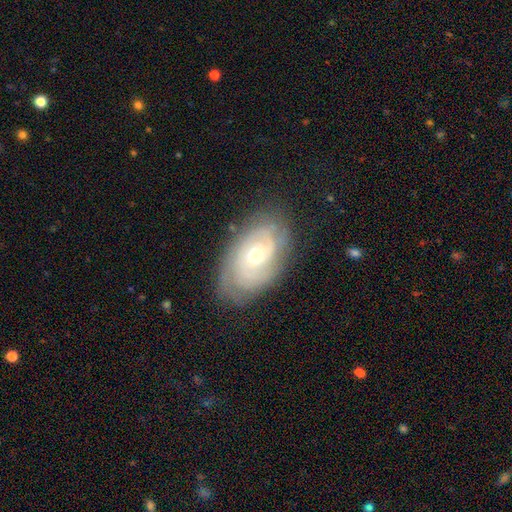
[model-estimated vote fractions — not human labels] Smooth or featured: featured or disk — 76% (smooth — 17%)
Edge-on disk: no — 94% (yes — 6%)
Bar: no — 75% (weak — 21%)
Spiral arms: yes — 88% (no — 12%)
Spiral winding: tight — 72% (medium — 22%)
Spiral arm count: can't tell — 44% (2 — 27%)
Bulge size: moderate — 52% (small — 44%)
Merging: none — 77% (minor disturbance — 17%)